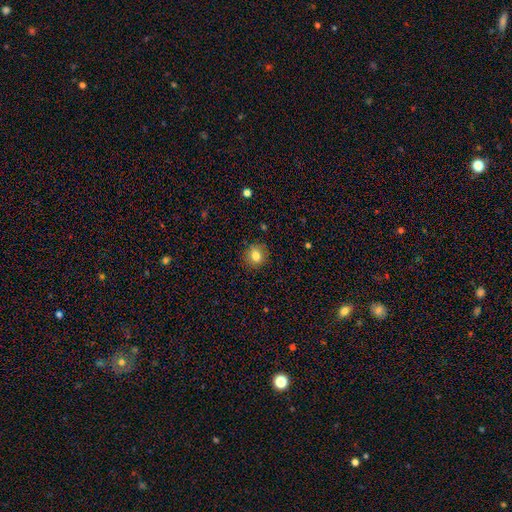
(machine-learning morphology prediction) type=smooth (80%); roundness=round (81%); merging=none (87%).